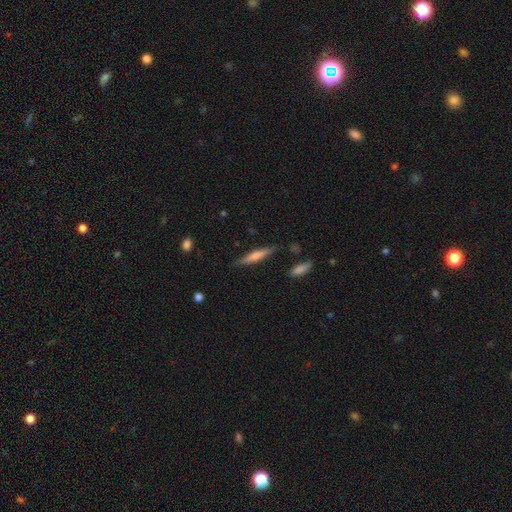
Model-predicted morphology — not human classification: A smooth galaxy with no disk features (55%) that is cigar-shaped (89%). Merging: none (83%).